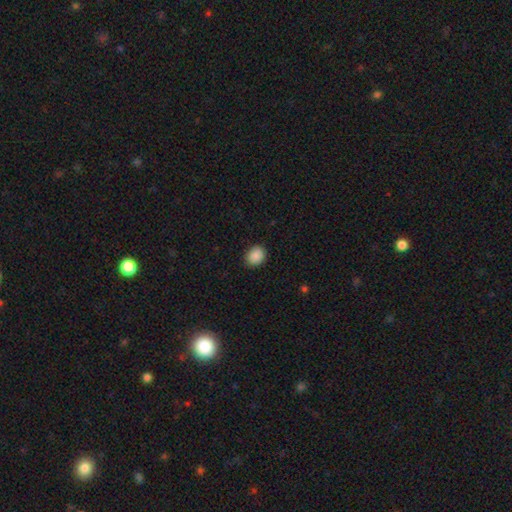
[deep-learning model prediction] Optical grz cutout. It shows a smooth galaxy with no disk features (89%) that is round (55%). Merging: none (87%).